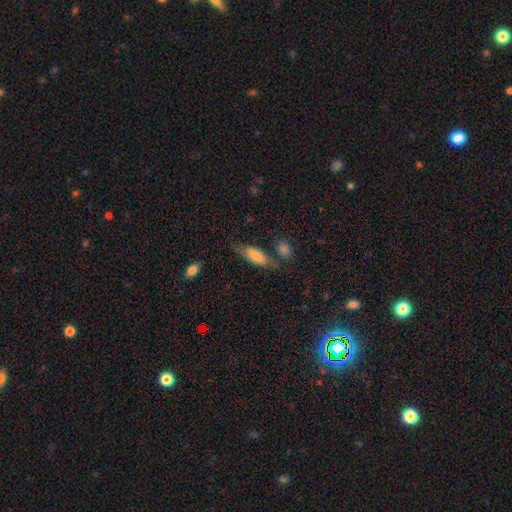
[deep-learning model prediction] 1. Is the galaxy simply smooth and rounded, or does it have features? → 74% smooth, 19% featured or disk, 7% star or artifact.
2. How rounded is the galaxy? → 69% in between, 28% cigar-shaped, 3% round.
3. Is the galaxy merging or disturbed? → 59% none, 22% minor disturbance, 11% merger, 8% major disturbance.